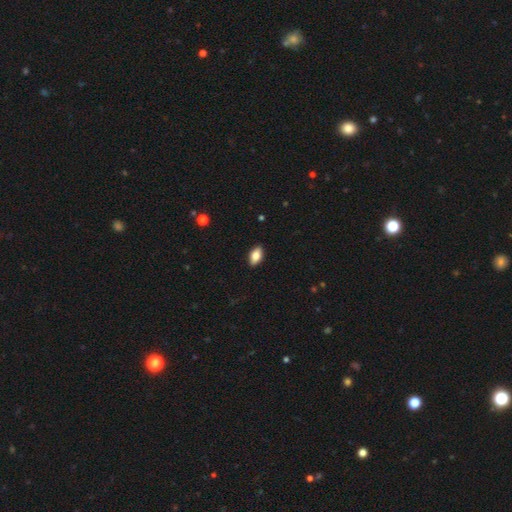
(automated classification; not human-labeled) The model was most divided on "smooth or featured": smooth: 81%, featured or disk: 12%, star or artifact: 7%. More confident: how rounded — in between (91%); merging — none (89%).